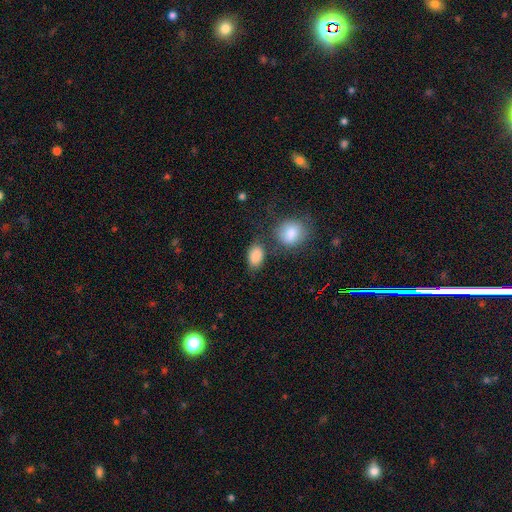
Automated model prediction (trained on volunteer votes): This is clearly a smooth galaxy (88%). How rounded: clearly in between (86%). Merging: likely none (64%).